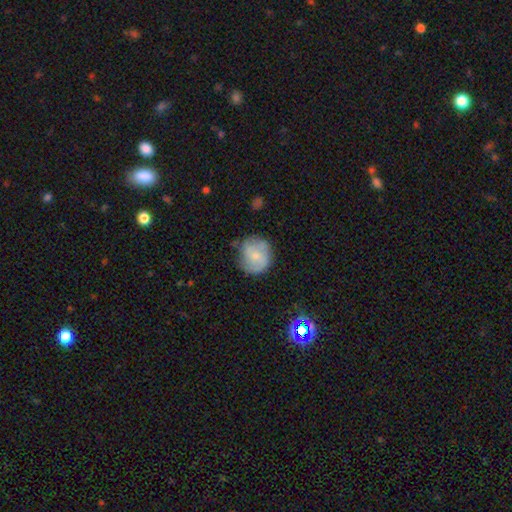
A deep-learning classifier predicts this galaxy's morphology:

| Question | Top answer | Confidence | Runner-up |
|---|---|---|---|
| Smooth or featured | smooth | 56% | featured or disk (37%) |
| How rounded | round | 84% | in between (15%) |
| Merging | none | 64% | minor disturbance (25%) |